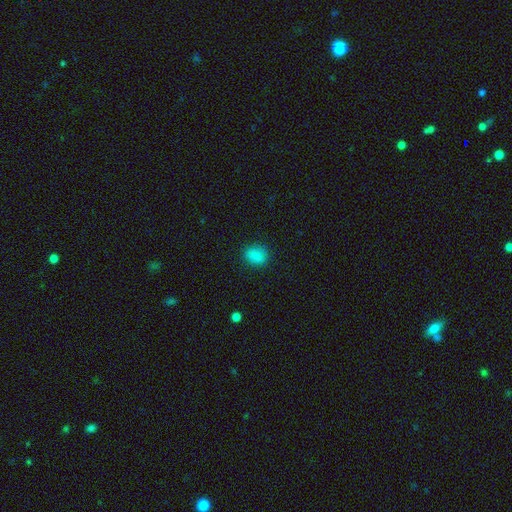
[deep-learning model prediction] smooth-or-featured: smooth: 85% | star or artifact: 11% | featured or disk: 4%
  how-rounded: in between: 54% | round: 45% | cigar-shaped: 2%
  merging: none: 85% | minor disturbance: 11% | major disturbance: 3% | merger: 1%